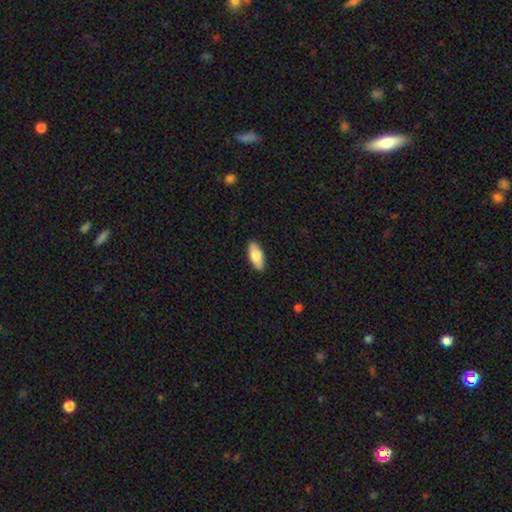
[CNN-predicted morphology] Smooth or featured: smooth — 80% (featured or disk — 14%)
How rounded: in between — 82% (cigar-shaped — 15%)
Merging: none — 89% (minor disturbance — 8%)